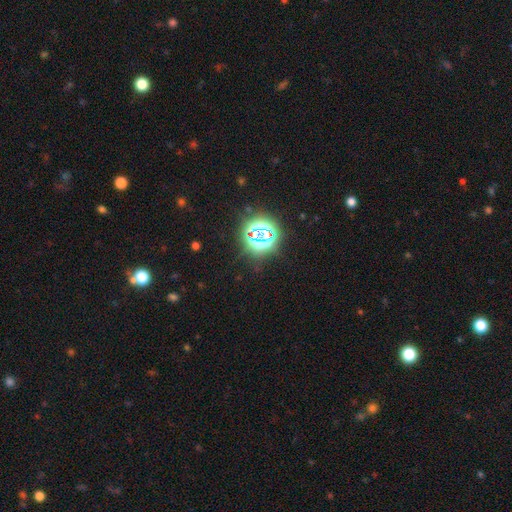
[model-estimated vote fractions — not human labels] This appears to be a star or artifact, not a galaxy (81%).